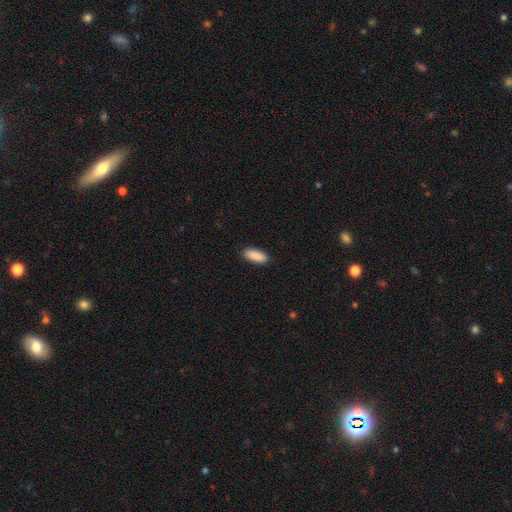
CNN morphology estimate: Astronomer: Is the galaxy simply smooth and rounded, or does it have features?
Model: smooth — 91%.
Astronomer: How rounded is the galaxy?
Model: in between — 82%.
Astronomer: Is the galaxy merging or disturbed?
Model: none — 90%.